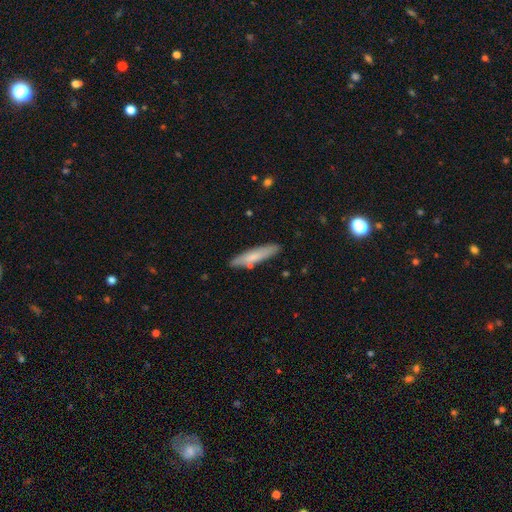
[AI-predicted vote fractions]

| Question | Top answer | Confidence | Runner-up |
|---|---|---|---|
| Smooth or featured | smooth | 72% | featured or disk (22%) |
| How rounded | cigar-shaped | 85% | in between (14%) |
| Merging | none | 83% | minor disturbance (11%) |